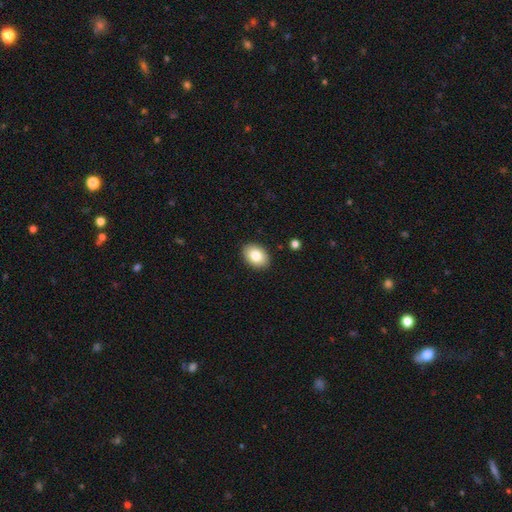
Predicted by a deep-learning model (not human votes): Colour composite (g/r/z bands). It shows a smooth galaxy with no disk features (83%) that is in between round and cigar-shaped (79%). Merging: none (90%).